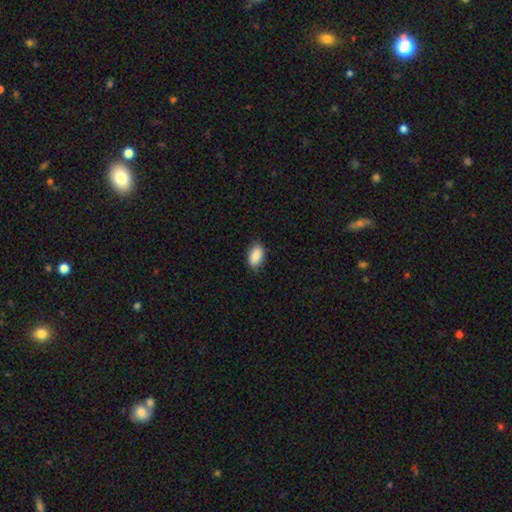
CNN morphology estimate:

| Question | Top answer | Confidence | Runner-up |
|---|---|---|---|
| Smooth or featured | smooth | 89% | star or artifact (7%) |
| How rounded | in between | 93% | round (5%) |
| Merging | none | 83% | minor disturbance (13%) |